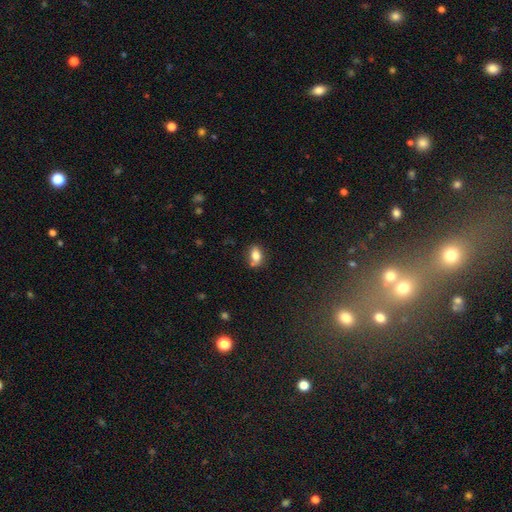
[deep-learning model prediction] Smooth or featured?
  - smooth: 78% *
  - featured or disk: 12%
  - star or artifact: 10%
How rounded?
  - in between: 80% *
  - round: 17%
  - cigar-shaped: 3%
Merging?
  - none: 63% *
  - minor disturbance: 18%
  - merger: 14%
  - major disturbance: 5%